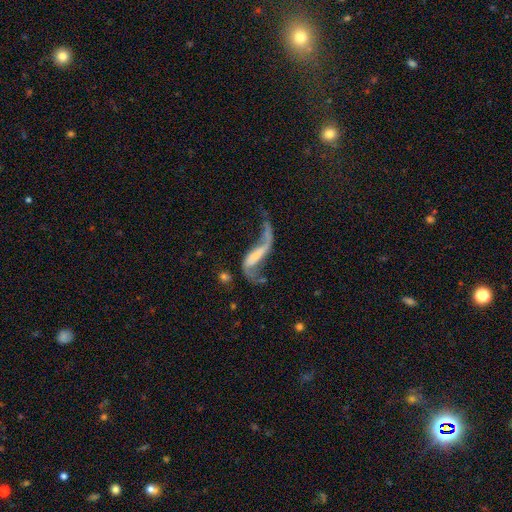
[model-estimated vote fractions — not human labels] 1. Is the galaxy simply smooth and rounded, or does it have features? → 80% featured or disk, 13% smooth, 7% star or artifact.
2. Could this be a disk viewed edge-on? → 91% no, 9% yes.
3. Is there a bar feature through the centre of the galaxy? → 37% strong, 32% weak, 32% no.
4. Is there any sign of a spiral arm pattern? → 87% yes, 13% no.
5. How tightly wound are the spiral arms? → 93% loose, 5% medium, 2% tight.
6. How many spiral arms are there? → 83% 2, 12% 1, 2% can't tell, 1% 3, 1% 4, 1% more than 4.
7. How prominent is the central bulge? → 45% small, 30% none, 18% moderate, 4% large, 2% dominant.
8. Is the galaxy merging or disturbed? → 37% major disturbance, 34% none, 16% minor disturbance, 13% merger.